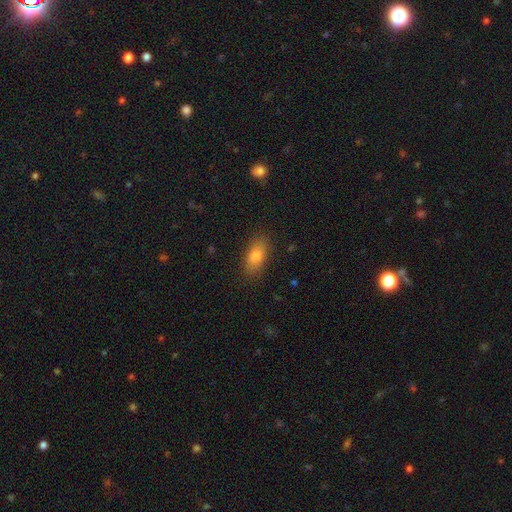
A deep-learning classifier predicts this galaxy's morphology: type=smooth (82%); roundness=in between (85%); merging=none (86%).